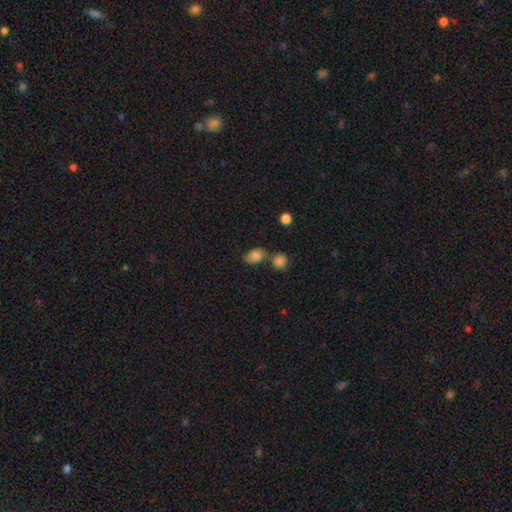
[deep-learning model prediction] Smooth or featured? Predicted: smooth (p=0.83). How rounded? Predicted: in between (p=0.74). Merging? Predicted: none (p=0.56).